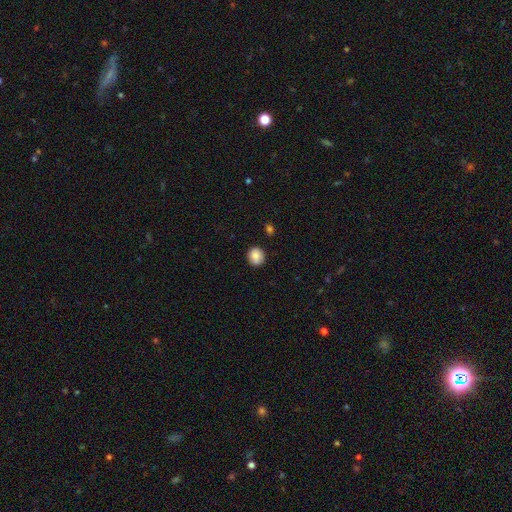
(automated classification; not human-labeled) This is clearly a smooth galaxy (84%). How rounded: clearly round (86%). Merging: clearly none (84%).